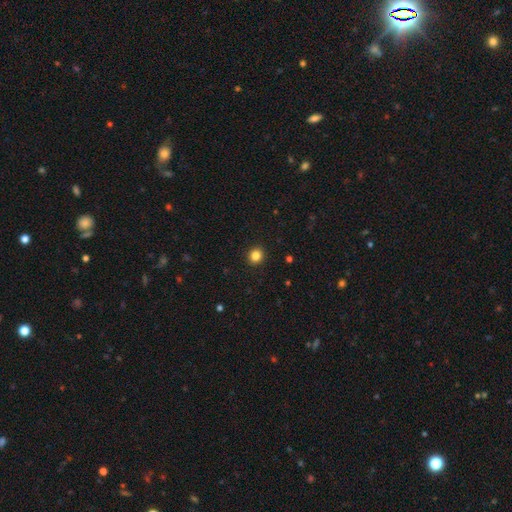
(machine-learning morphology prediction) smooth-or-featured: smooth: 84% | star or artifact: 12% | featured or disk: 4%
  how-rounded: round: 88% | in between: 11% | cigar-shaped: 1%
  merging: none: 93% | minor disturbance: 5% | major disturbance: 2% | merger: 1%